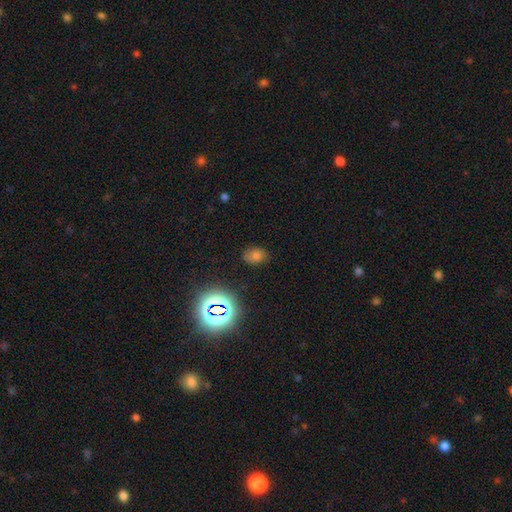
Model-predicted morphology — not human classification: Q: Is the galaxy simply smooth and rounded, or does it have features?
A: smooth — 60%.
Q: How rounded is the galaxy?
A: in between — 64%.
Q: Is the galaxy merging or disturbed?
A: none — 80%.